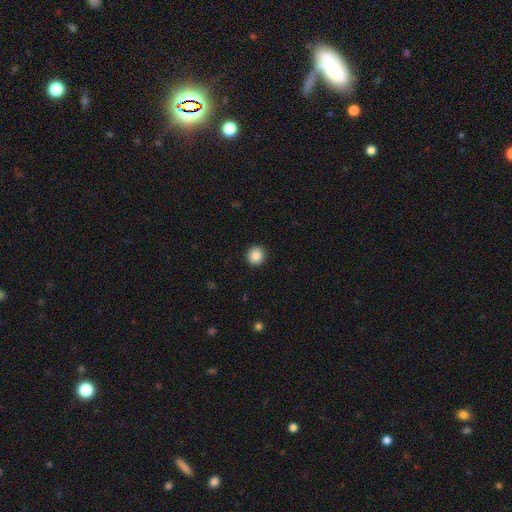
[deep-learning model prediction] Smooth or featured: smooth — 87% (star or artifact — 9%)
How rounded: round — 94% (in between — 5%)
Merging: none — 93% (minor disturbance — 4%)